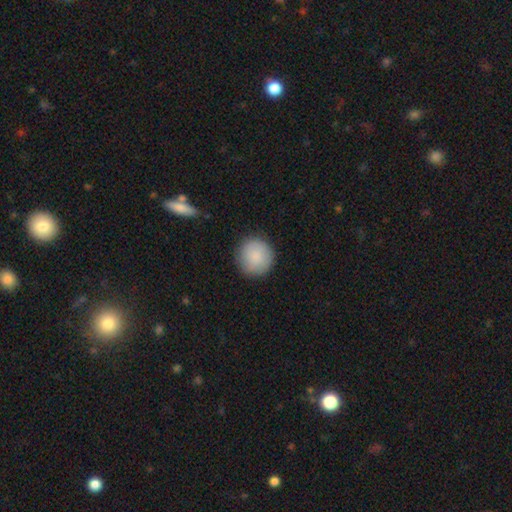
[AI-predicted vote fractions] smooth_or_featured: smooth (p=0.87) [alt: featured or disk p=0.07]
how_rounded: round (p=0.94) [alt: in between p=0.05]
merging: none (p=0.88) [alt: minor disturbance p=0.09]